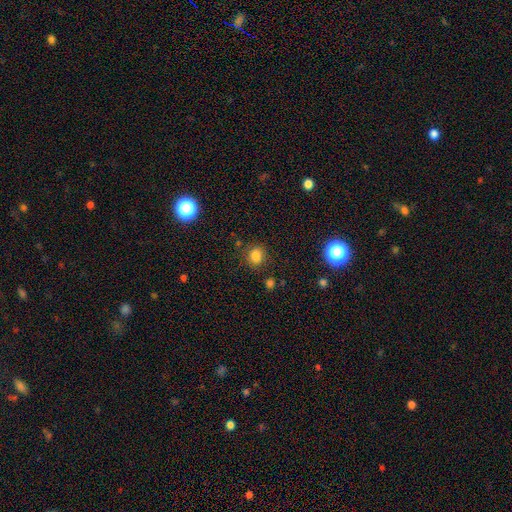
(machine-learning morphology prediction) type=smooth (78%); roundness=round (56%); merging=none (77%).